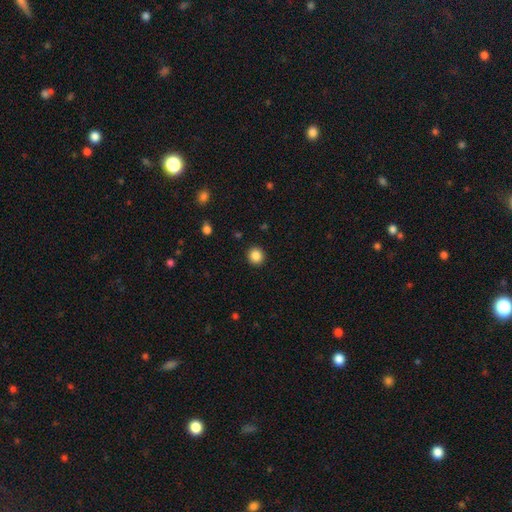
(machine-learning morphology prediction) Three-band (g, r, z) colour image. It shows a smooth galaxy with no disk features (86%) that is round (92%). Merging: none (92%).